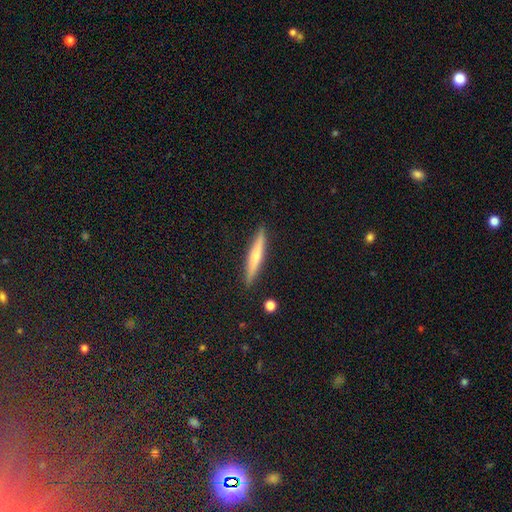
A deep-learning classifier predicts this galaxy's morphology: The model was most divided on "smooth or featured": smooth: 52%, featured or disk: 42%, star or artifact: 7%. More confident: how rounded — cigar-shaped (93%); merging — none (89%).